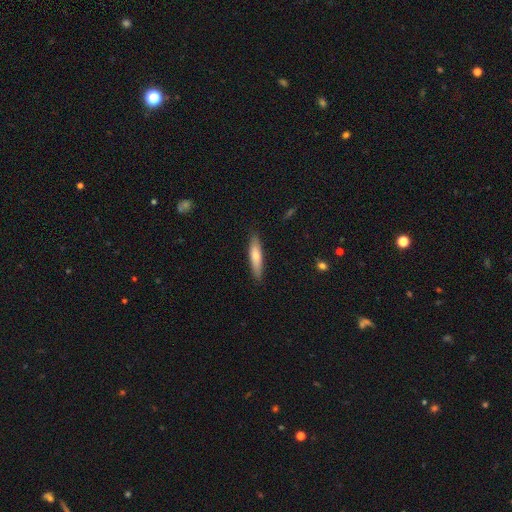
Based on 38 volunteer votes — Morphology: type=smooth (71%); roundness=cigar-shaped (85%); merging=none (86%).